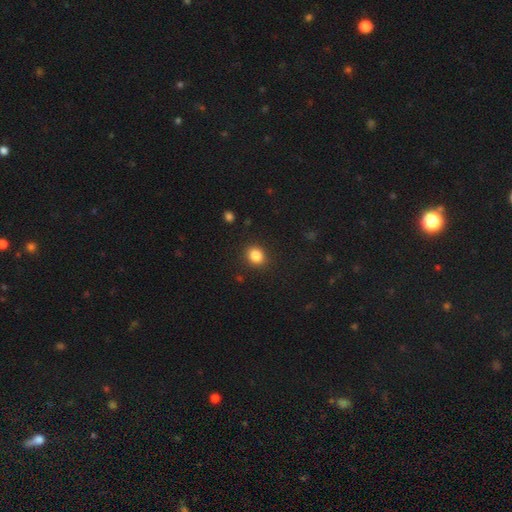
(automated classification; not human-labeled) The model was most divided on "how rounded": round: 71%, in between: 28%, cigar-shaped: 1%. More confident: merging — none (89%); smooth or featured — smooth (85%).